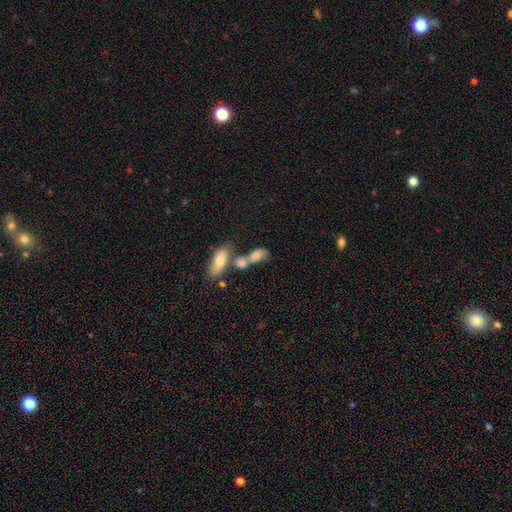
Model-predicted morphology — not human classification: Smooth or featured? Predicted: smooth (p=0.75). How rounded? Predicted: in between (p=0.84). Merging? Predicted: merger (p=0.52).